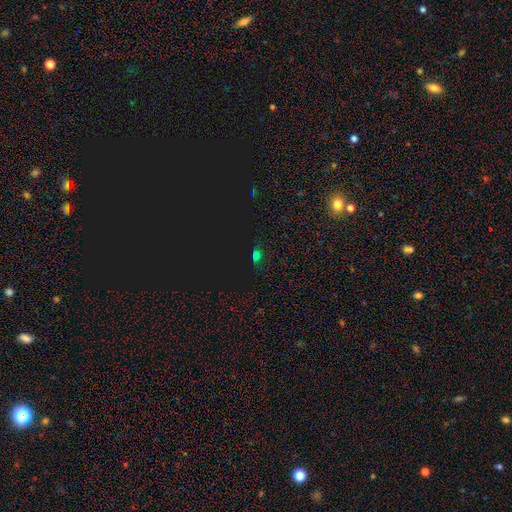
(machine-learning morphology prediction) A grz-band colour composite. It shows a star or artifact, not a galaxy (50%).